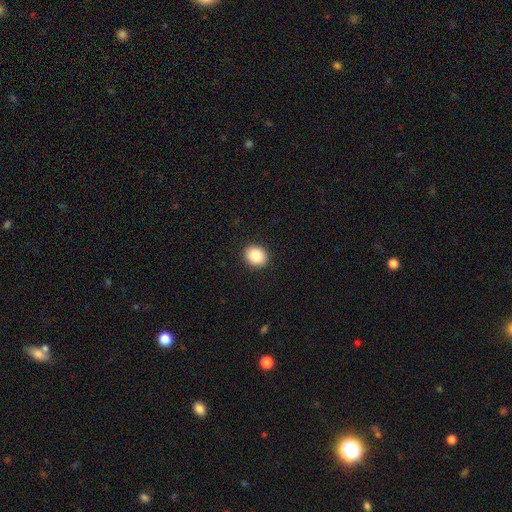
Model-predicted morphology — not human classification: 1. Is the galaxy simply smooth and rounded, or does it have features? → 86% smooth, 9% star or artifact, 6% featured or disk.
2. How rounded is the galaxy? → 60% round, 39% in between, 1% cigar-shaped.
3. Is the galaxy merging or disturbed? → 91% none, 6% minor disturbance, 2% major disturbance, 1% merger.